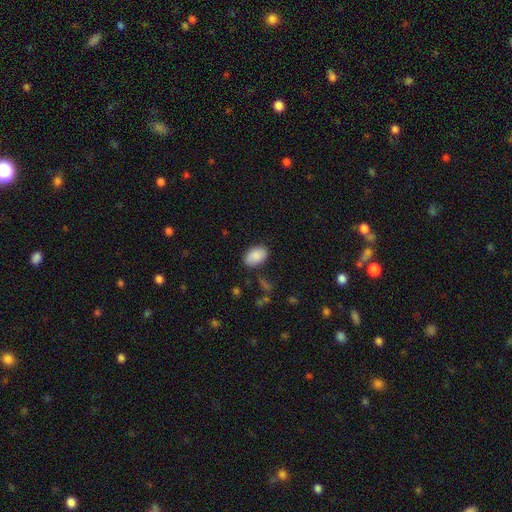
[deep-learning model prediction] Morphology: type=smooth (88%); roundness=in between (91%); merging=none (84%).